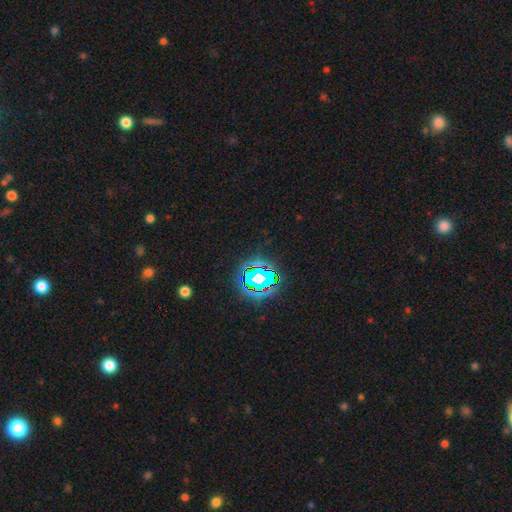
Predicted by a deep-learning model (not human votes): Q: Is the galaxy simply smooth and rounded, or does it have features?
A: star or artifact — 80%.